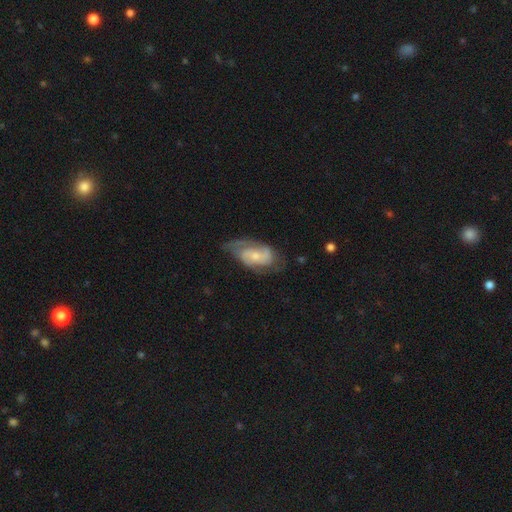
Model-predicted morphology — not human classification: Smooth or featured: featured or disk — 78% (smooth — 16%)
Edge-on disk: no — 95% (yes — 5%)
Bar: no — 61% (weak — 31%)
Spiral arms: yes — 92% (no — 8%)
Spiral winding: medium — 44% (tight — 37%)
Spiral arm count: 2 — 61% (can't tell — 18%)
Bulge size: small — 61% (moderate — 34%)
Merging: none — 56% (minor disturbance — 26%)